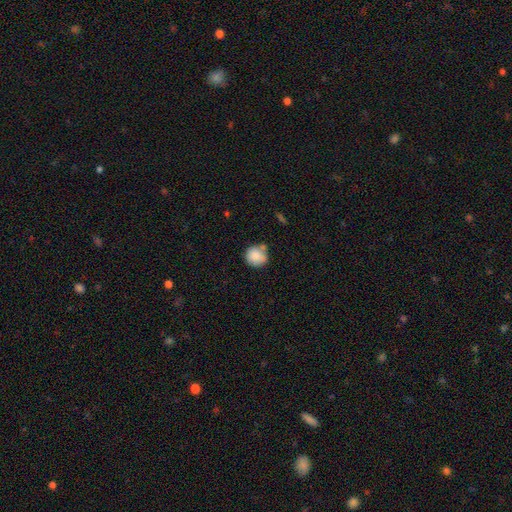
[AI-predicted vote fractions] smooth 84%, star or artifact 8%, featured or disk 8%. Down the decision tree: how rounded — round (90%); merging — none (63%).